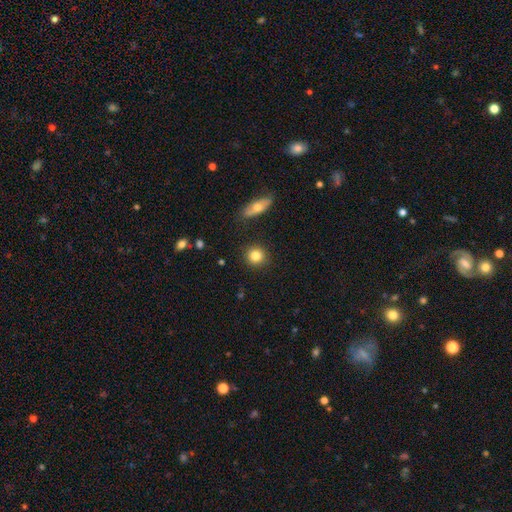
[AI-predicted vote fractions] Q: Smooth or featured?
A: smooth (83%); runner-up: star or artifact (9%)
Q: How rounded?
A: round (90%); runner-up: in between (8%)
Q: Merging?
A: none (90%); runner-up: minor disturbance (6%)